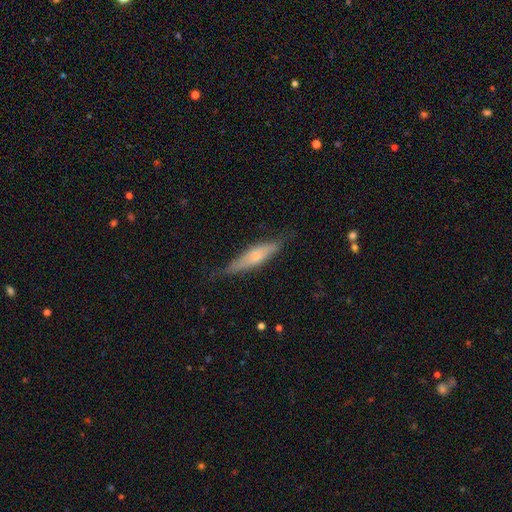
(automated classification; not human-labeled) The model was most divided on "smooth or featured": smooth: 55%, featured or disk: 39%, star or artifact: 7%. More confident: how rounded — cigar-shaped (77%); merging — none (70%).